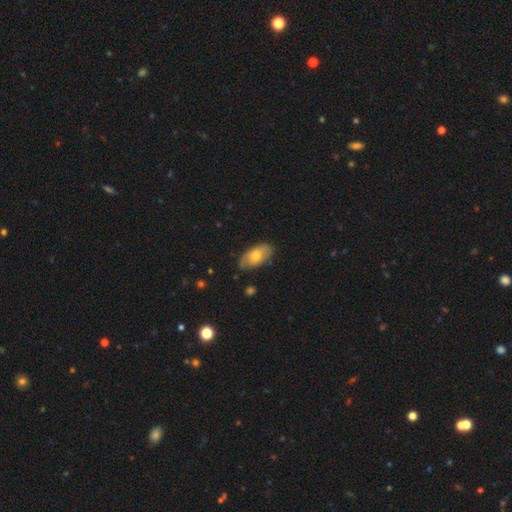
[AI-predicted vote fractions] Q: Smooth or featured?
A: smooth (63%); runner-up: featured or disk (31%)
Q: How rounded?
A: in between (93%); runner-up: round (4%)
Q: Merging?
A: none (77%); runner-up: minor disturbance (18%)